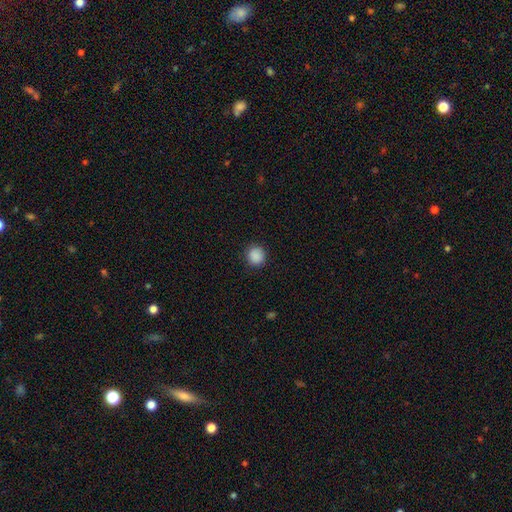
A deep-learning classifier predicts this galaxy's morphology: A smooth galaxy with no disk features (89%) that is round (91%). Merging: none (90%).